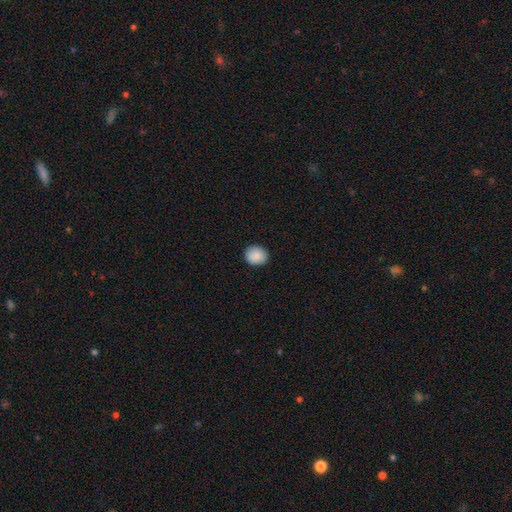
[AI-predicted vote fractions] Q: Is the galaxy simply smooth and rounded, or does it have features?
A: smooth — 89%.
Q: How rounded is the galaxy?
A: round — 81%.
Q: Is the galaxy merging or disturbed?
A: none — 91%.